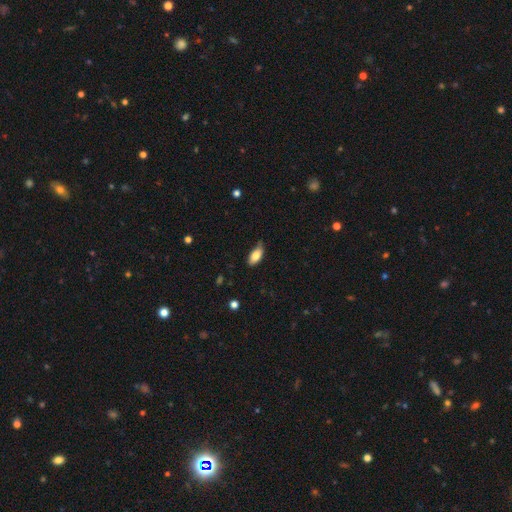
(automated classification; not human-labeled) smooth-or-featured: smooth: 82% | featured or disk: 11% | star or artifact: 7%
  how-rounded: in between: 88% | cigar-shaped: 10% | round: 2%
  merging: none: 68% | minor disturbance: 27% | major disturbance: 4% | merger: 1%